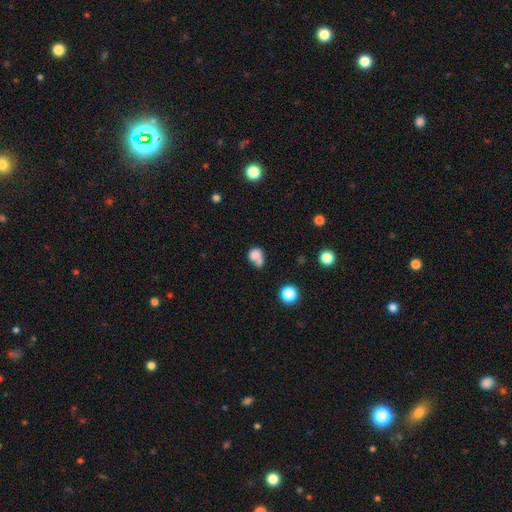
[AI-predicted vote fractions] Smooth or featured: smooth — 72% (featured or disk — 16%)
How rounded: round — 52% (in between — 46%)
Merging: merger — 48% (none — 26%)